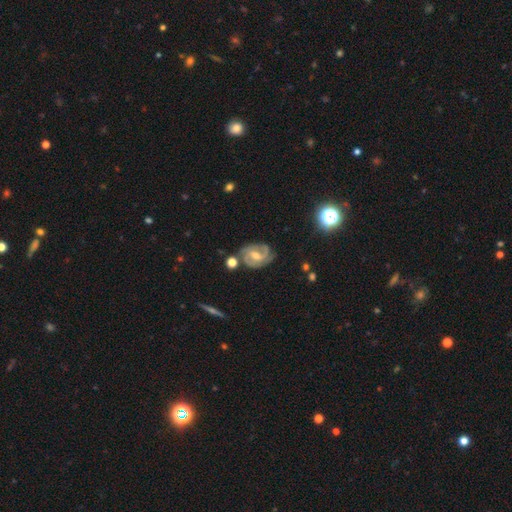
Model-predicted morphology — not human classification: smooth-or-featured: featured or disk: 82% | smooth: 10% | star or artifact: 8%
  disk-edge-on: no: 97% | yes: 3%
    bar: weak: 49% | no: 33% | strong: 18%
    has-spiral-arms: yes: 95% | no: 5%
      spiral-winding: tight: 51% | medium: 40% | loose: 9%
      spiral-arm-count: 2: 48% | 3: 28% | can't tell: 13% | 4: 4% | 1: 4% | more than 4: 3%
    bulge-size: moderate: 62% | small: 33% | large: 2% | none: 2% | dominant: 1%
  merging: none: 71% | minor disturbance: 18% | major disturbance: 6% | merger: 5%